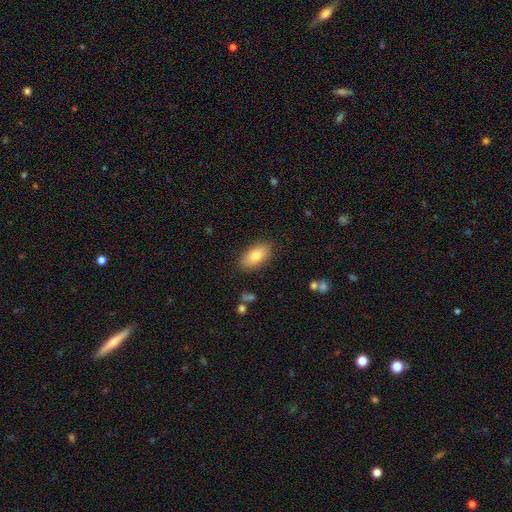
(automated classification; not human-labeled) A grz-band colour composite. It shows a smooth galaxy with no disk features (78%) that is in between round and cigar-shaped (91%). Merging: none (85%).